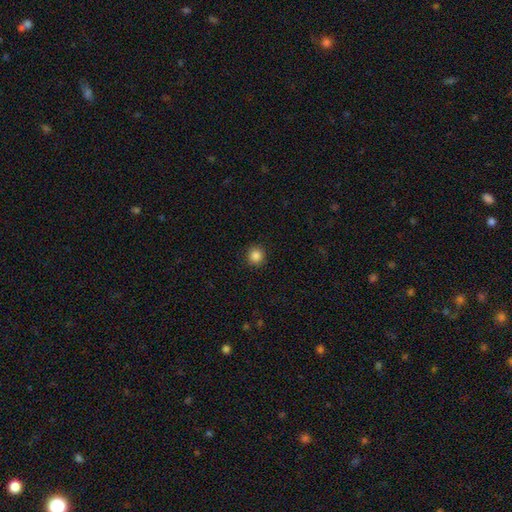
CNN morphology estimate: type=smooth (86%); roundness=round (94%); merging=none (92%).